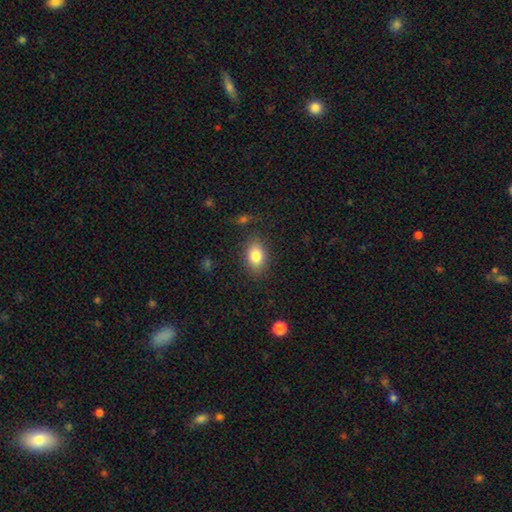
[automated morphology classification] This is clearly a smooth galaxy (82%). How rounded: likely in between (80%). Merging: clearly none (83%).